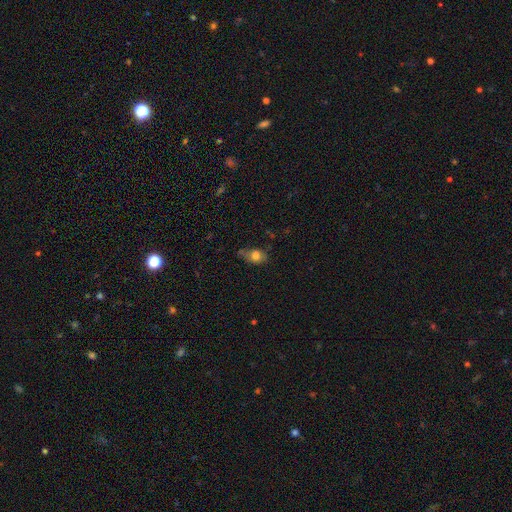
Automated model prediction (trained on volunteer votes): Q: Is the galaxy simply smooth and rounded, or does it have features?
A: smooth — 75%.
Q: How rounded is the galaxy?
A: in between — 71%.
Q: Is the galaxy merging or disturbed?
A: none — 52%.